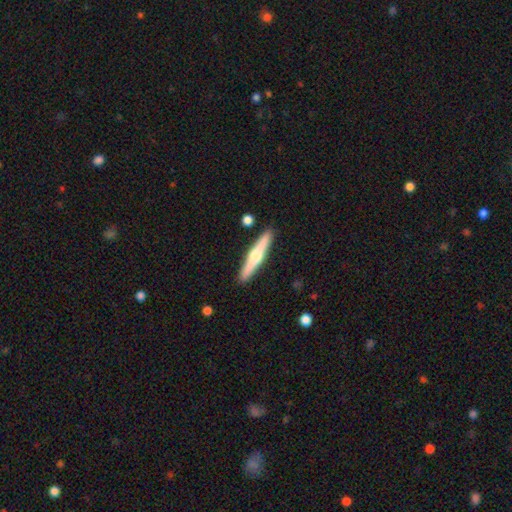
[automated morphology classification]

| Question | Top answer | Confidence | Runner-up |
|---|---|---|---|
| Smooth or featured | featured or disk | 60% | smooth (35%) |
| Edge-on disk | yes | 97% | no (3%) |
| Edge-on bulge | rounded | 91% | none (5%) |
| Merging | none | 90% | minor disturbance (7%) |